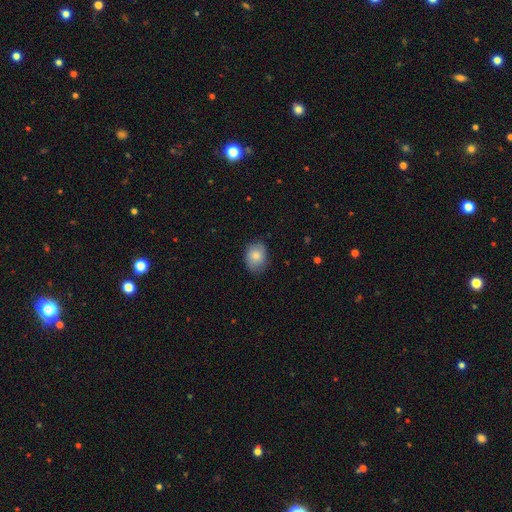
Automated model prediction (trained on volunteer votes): This appears to be a smooth galaxy with no disk features (78%) that is in between round and cigar-shaped (63%). Merging: none (77%).